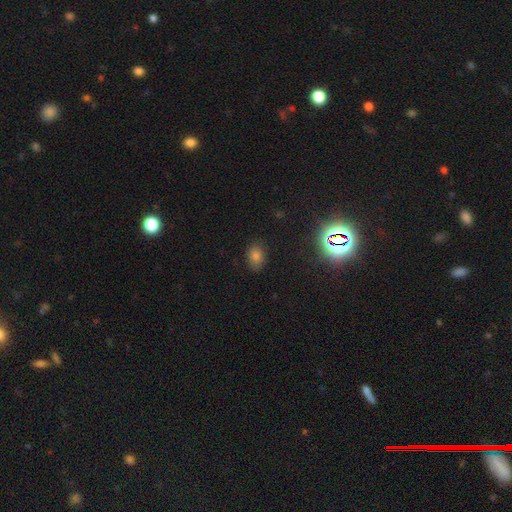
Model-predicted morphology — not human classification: smooth-or-featured: smooth: 74% | star or artifact: 19% | featured or disk: 8%
  how-rounded: in between: 75% | round: 24% | cigar-shaped: 1%
  merging: none: 83% | minor disturbance: 13% | major disturbance: 3% | merger: 1%